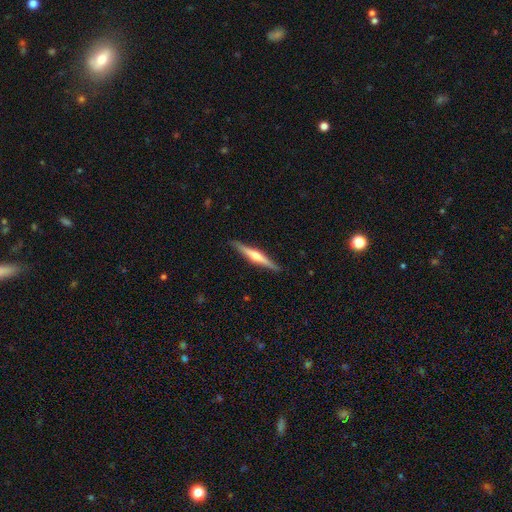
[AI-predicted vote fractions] smooth-or-featured: featured or disk: 66% | smooth: 29% | star or artifact: 5%
  disk-edge-on: yes: 98% | no: 2%
    edge-on-bulge: rounded: 81% | none: 11% | boxy: 8%
  merging: none: 91% | minor disturbance: 7% | major disturbance: 1% | merger: 1%